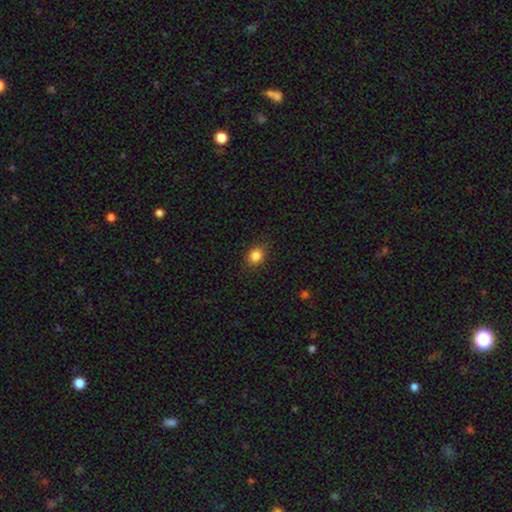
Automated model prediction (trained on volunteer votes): Smooth or featured?
  - smooth: 84% *
  - star or artifact: 11%
  - featured or disk: 5%
How rounded?
  - round: 59% *
  - in between: 40%
  - cigar-shaped: 1%
Merging?
  - none: 86% *
  - minor disturbance: 11%
  - major disturbance: 3%
  - merger: 1%